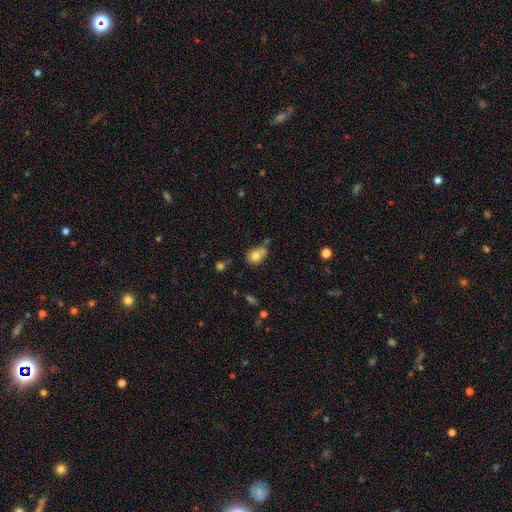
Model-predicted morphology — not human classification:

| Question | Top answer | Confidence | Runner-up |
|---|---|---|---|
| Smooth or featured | smooth | 78% | featured or disk (13%) |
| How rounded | in between | 62% | round (37%) |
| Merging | none | 49% | minor disturbance (26%) |